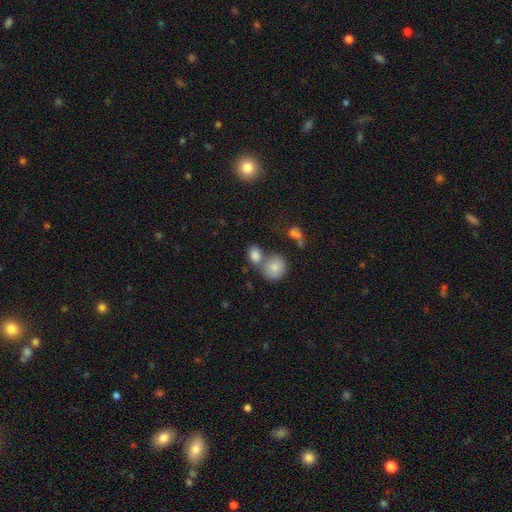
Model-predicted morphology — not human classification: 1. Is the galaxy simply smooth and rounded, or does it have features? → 81% smooth, 10% star or artifact, 9% featured or disk.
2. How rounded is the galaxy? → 55% in between, 43% round, 2% cigar-shaped.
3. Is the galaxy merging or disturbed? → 47% merger, 39% none, 10% minor disturbance, 4% major disturbance.